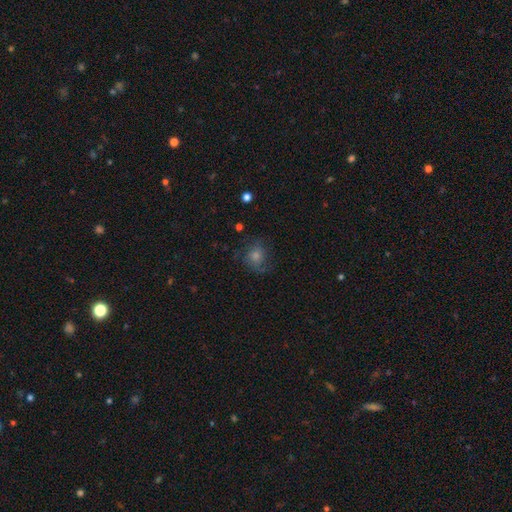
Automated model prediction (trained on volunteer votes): The model was most divided on "smooth or featured": smooth: 40%, featured or disk: 38%, star or artifact: 22%. More confident: merging — none (67%).